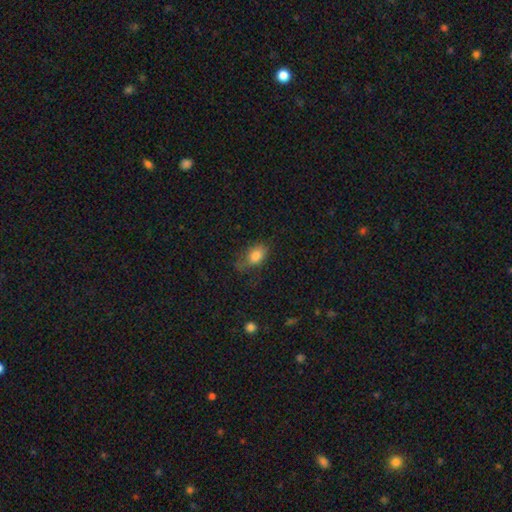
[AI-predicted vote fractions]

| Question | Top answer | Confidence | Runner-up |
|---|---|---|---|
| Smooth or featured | smooth | 82% | featured or disk (9%) |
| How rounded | in between | 86% | round (12%) |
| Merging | none | 54% | minor disturbance (29%) |